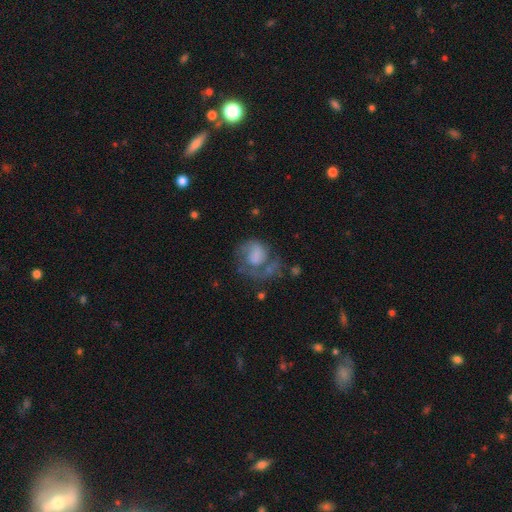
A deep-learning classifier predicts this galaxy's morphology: type=featured or disk (56%); edge-on=no (98%); bar=no (68%); spiral arms=yes (74%); bulge=none (42%); merging=major disturbance (39%).